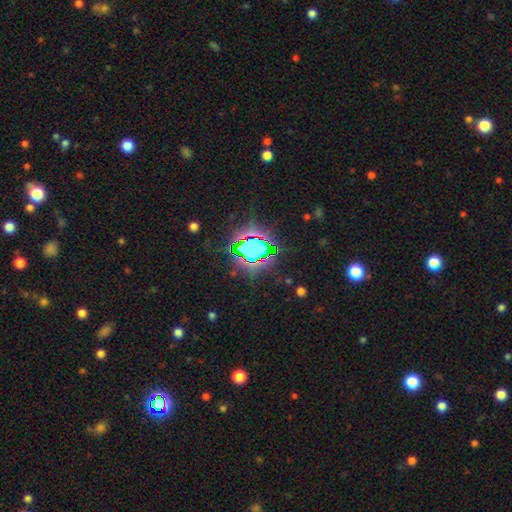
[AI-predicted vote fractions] This is likely a star or artifact rather than a galaxy (79%).